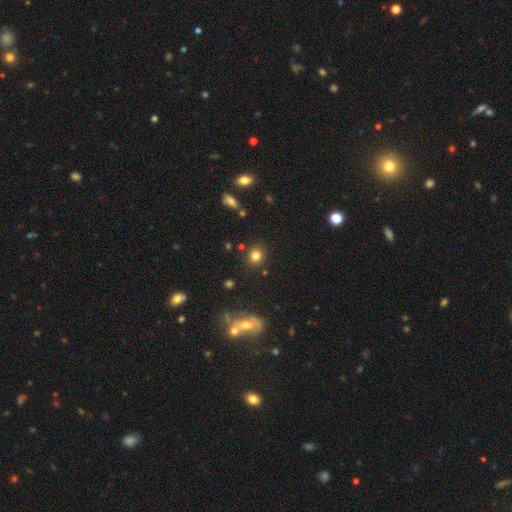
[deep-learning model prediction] smooth-or-featured: smooth: 81% | star or artifact: 12% | featured or disk: 7%
  how-rounded: round: 79% | in between: 20% | cigar-shaped: 1%
  merging: none: 85% | minor disturbance: 8% | merger: 3% | major disturbance: 3%